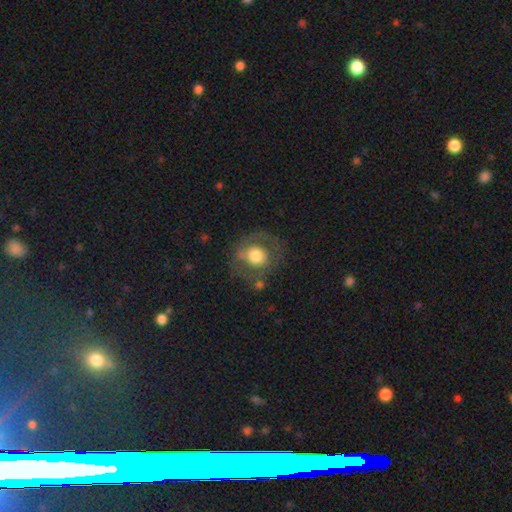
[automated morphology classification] smooth 54%, featured or disk 38%, star or artifact 8%. Down the decision tree: how rounded — round (82%); merging — none (64%).